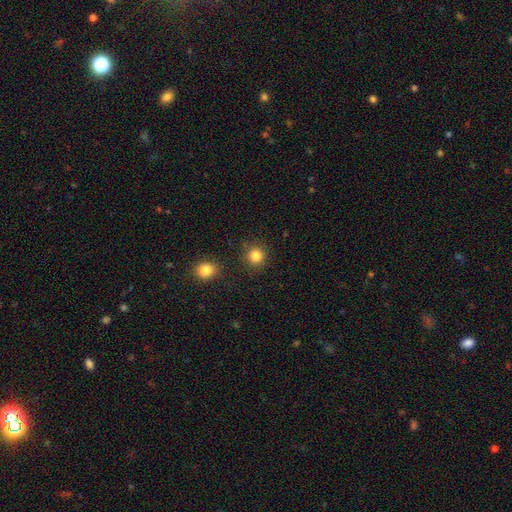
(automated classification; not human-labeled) smooth_or_featured: smooth (p=0.85) [alt: star or artifact p=0.11]
how_rounded: round (p=0.92) [alt: in between p=0.07]
merging: none (p=0.87) [alt: minor disturbance p=0.07]